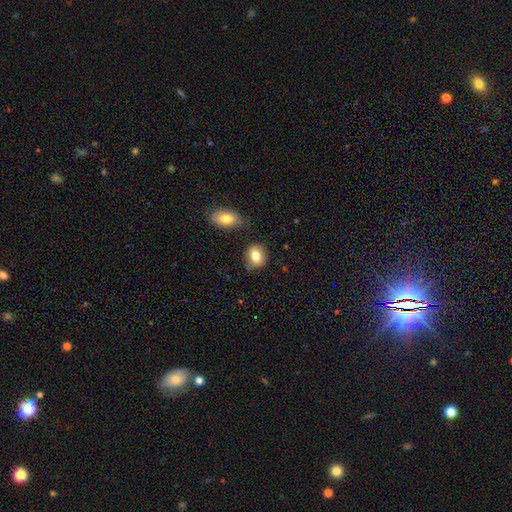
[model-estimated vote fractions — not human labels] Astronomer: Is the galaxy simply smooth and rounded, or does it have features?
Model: smooth — 80%.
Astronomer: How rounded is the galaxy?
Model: round — 54% (runner-up: in between, 44%).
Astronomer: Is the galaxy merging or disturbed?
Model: none — 76%.